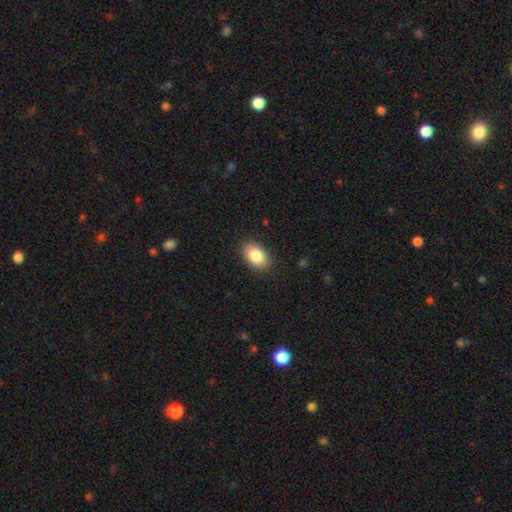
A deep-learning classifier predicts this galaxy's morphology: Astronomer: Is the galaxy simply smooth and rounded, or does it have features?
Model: smooth — 86%.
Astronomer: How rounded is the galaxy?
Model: in between — 90%.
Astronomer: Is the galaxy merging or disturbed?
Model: none — 87%.